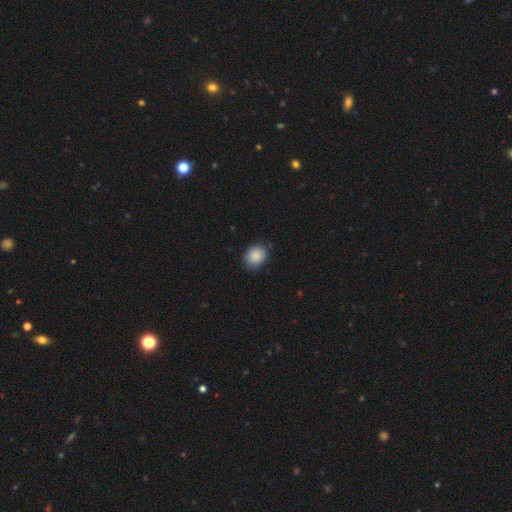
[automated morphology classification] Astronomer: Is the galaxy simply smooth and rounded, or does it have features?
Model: smooth — 88%.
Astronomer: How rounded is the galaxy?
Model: round — 52% (runner-up: in between, 47%).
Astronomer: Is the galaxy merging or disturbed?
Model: none — 82%.